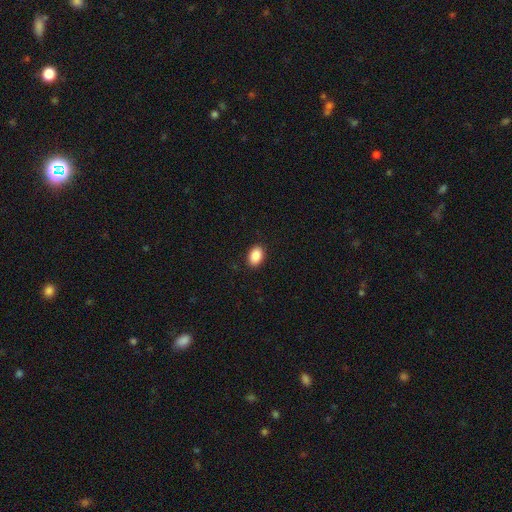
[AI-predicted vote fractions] Q: Smooth or featured?
A: smooth (89%); runner-up: star or artifact (8%)
Q: How rounded?
A: in between (83%); runner-up: round (16%)
Q: Merging?
A: none (90%); runner-up: minor disturbance (7%)